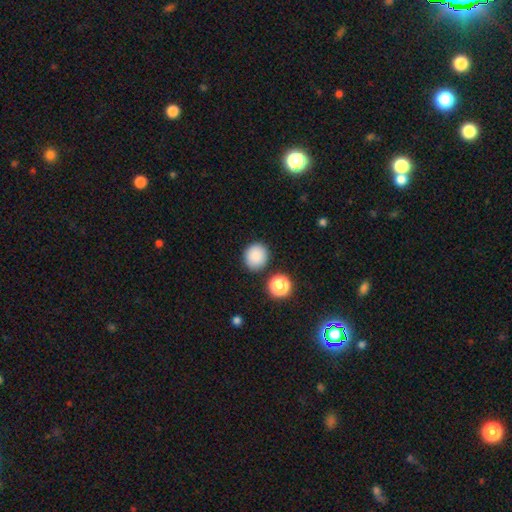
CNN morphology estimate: Smooth or featured? smooth (87%)
How rounded? round (86%)
Merging? none (85%)